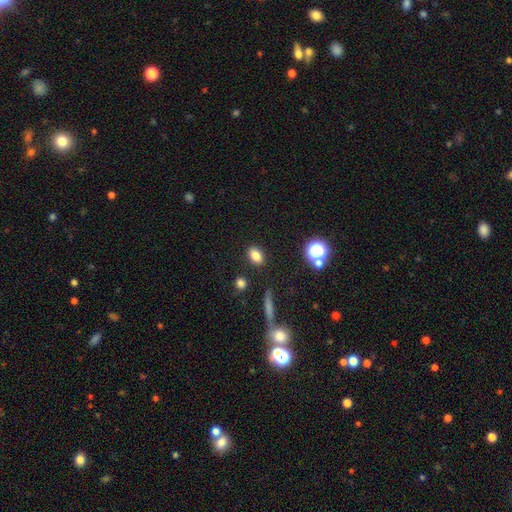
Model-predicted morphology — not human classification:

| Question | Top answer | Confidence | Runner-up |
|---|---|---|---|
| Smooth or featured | smooth | 81% | star or artifact (12%) |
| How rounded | in between | 77% | round (20%) |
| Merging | none | 86% | minor disturbance (8%) |